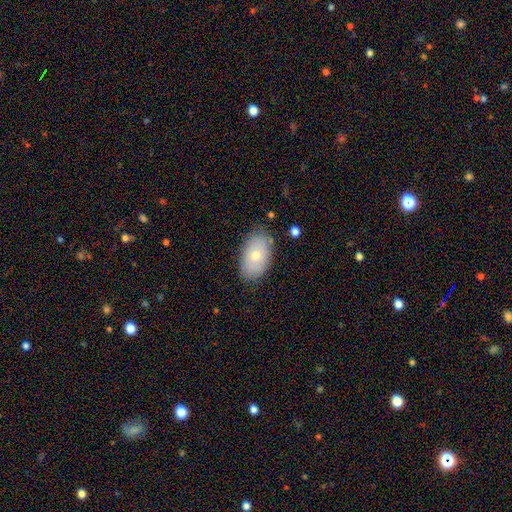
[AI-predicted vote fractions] Smooth or featured: smooth — 69% (featured or disk — 23%)
How rounded: in between — 92% (round — 7%)
Merging: none — 82% (minor disturbance — 14%)